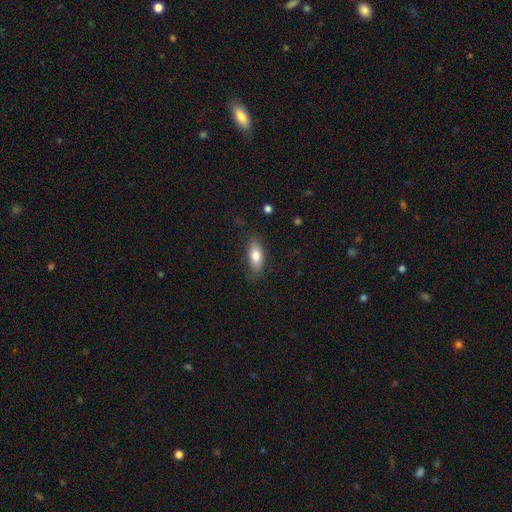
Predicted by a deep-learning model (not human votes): Smooth or featured? smooth (77%)
How rounded? in between (78%)
Merging? none (76%)